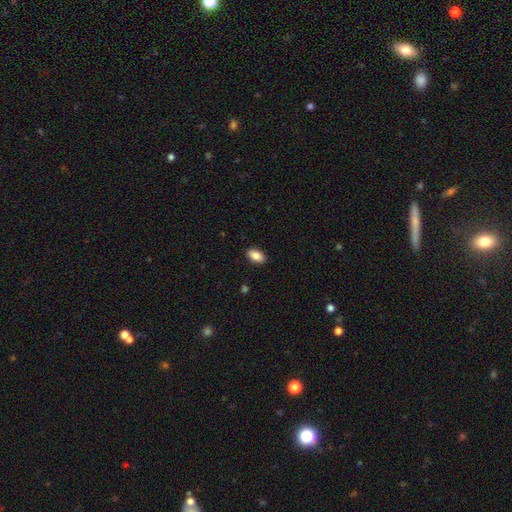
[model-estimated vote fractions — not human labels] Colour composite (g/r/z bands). It shows a smooth galaxy with no disk features (87%) that is in between round and cigar-shaped (92%). Merging: none (90%).